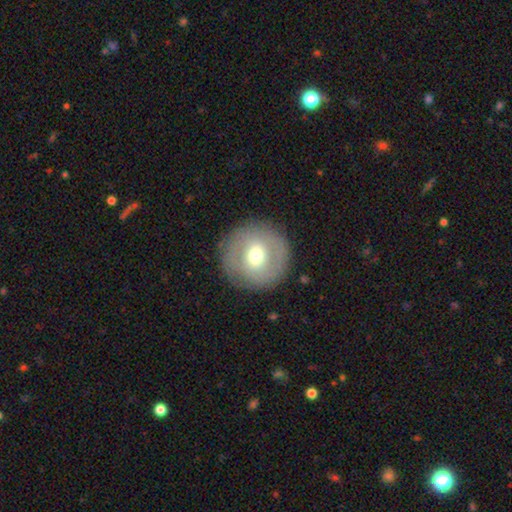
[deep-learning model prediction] Q: Smooth or featured?
A: smooth (50%); runner-up: featured or disk (41%)
Q: Merging?
A: none (87%); runner-up: minor disturbance (8%)